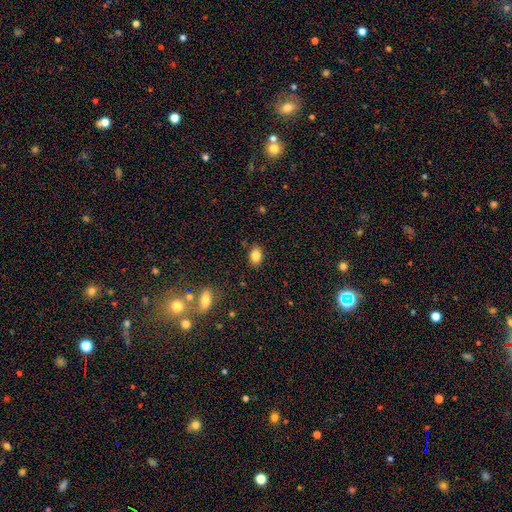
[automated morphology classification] The model was most divided on "how rounded": in between: 81%, round: 18%, cigar-shaped: 1%. More confident: merging — none (86%); smooth or featured — smooth (84%).